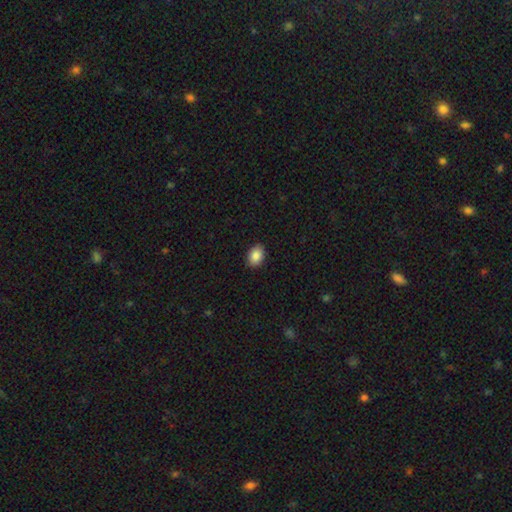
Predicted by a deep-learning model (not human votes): The model was most divided on "how rounded": in between: 81%, round: 18%, cigar-shaped: 1%. More confident: merging — none (90%); smooth or featured — smooth (88%).